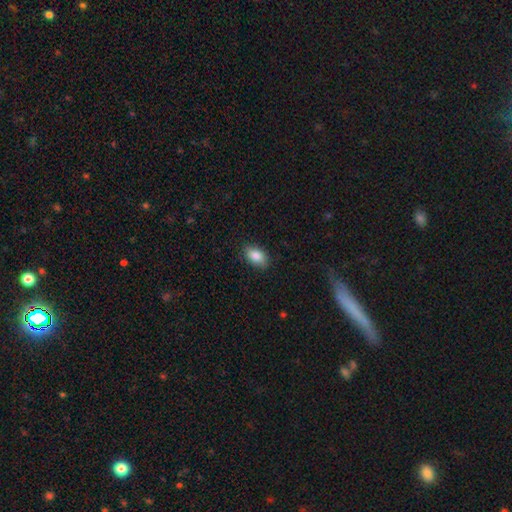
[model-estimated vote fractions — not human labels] smooth_or_featured: smooth (p=0.87) [alt: star or artifact p=0.07]
how_rounded: in between (p=0.90) [alt: round p=0.08]
merging: none (p=0.85) [alt: minor disturbance p=0.11]